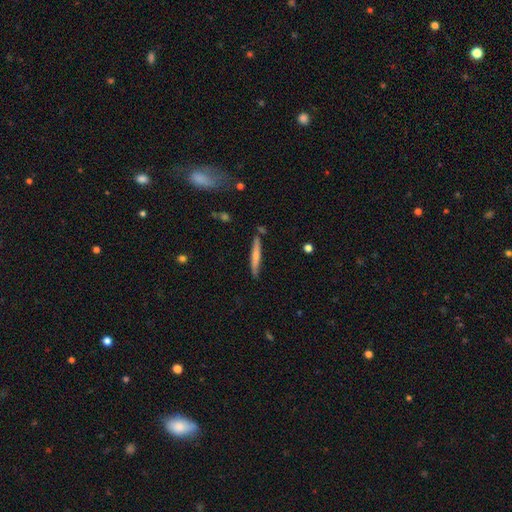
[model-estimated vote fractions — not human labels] smooth-or-featured: smooth: 64% | featured or disk: 30% | star or artifact: 6%
  how-rounded: cigar-shaped: 95% | in between: 4% | round: 1%
  merging: none: 82% | minor disturbance: 12% | merger: 4% | major disturbance: 2%